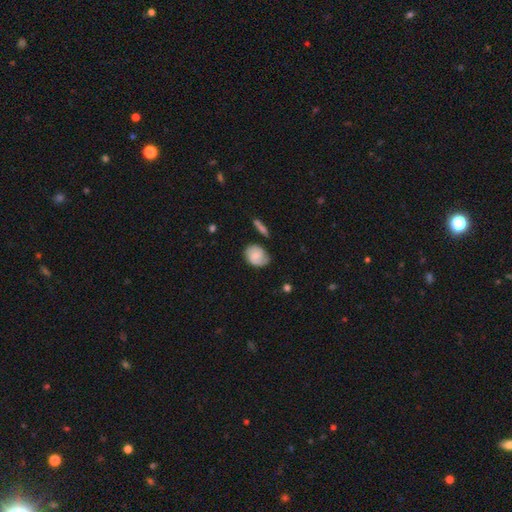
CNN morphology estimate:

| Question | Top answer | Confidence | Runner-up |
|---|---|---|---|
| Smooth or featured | smooth | 51% | featured or disk (41%) |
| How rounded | round | 51% | in between (48%) |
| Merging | none | 64% | minor disturbance (26%) |